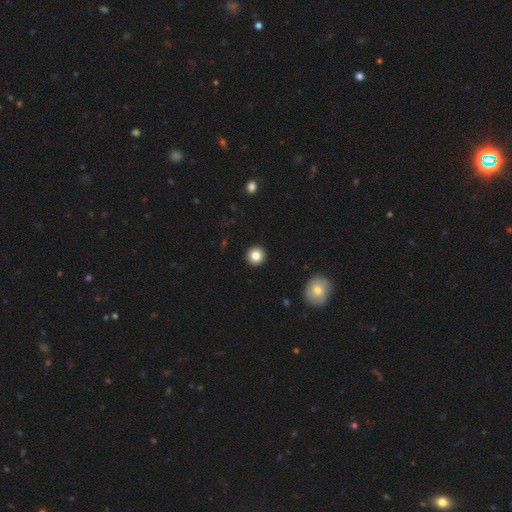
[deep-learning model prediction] Morphology: type=smooth (84%); roundness=round (94%); merging=none (93%).